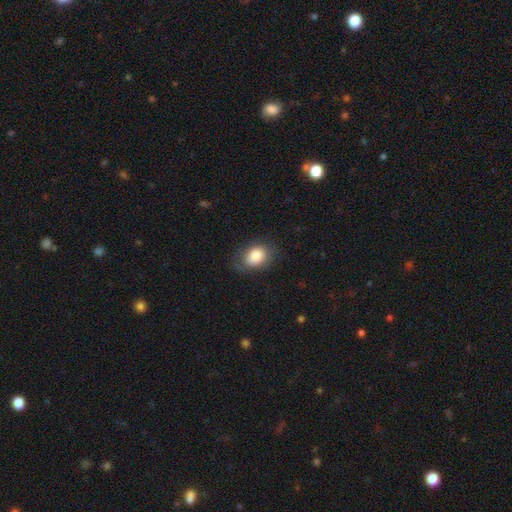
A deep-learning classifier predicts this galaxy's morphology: smooth_or_featured: smooth (p=0.81) [alt: featured or disk p=0.11]
how_rounded: in between (p=0.67) [alt: round p=0.32]
merging: none (p=0.69) [alt: minor disturbance p=0.22]